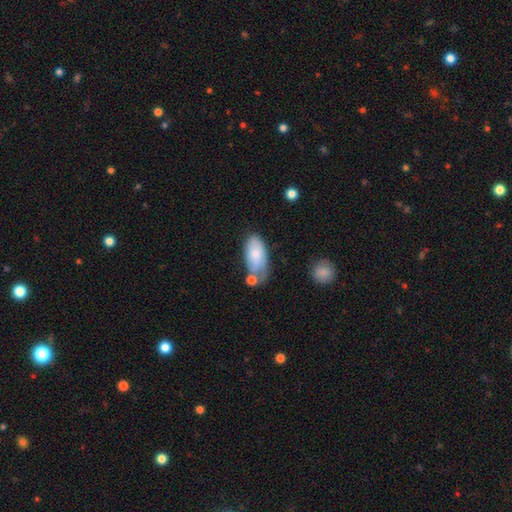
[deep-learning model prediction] smooth_or_featured: smooth (p=0.73) [alt: featured or disk p=0.21]
how_rounded: in between (p=0.92) [alt: cigar-shaped p=0.06]
merging: none (p=0.43) [alt: minor disturbance p=0.28]